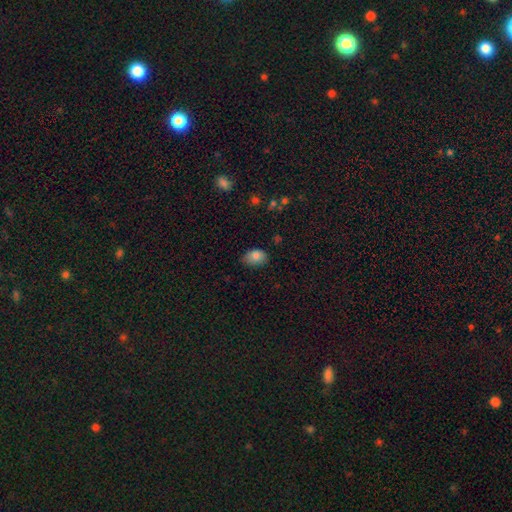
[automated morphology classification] smooth_or_featured: smooth (p=0.83) [alt: featured or disk p=0.09]
how_rounded: in between (p=0.82) [alt: round p=0.17]
merging: none (p=0.70) [alt: minor disturbance p=0.25]